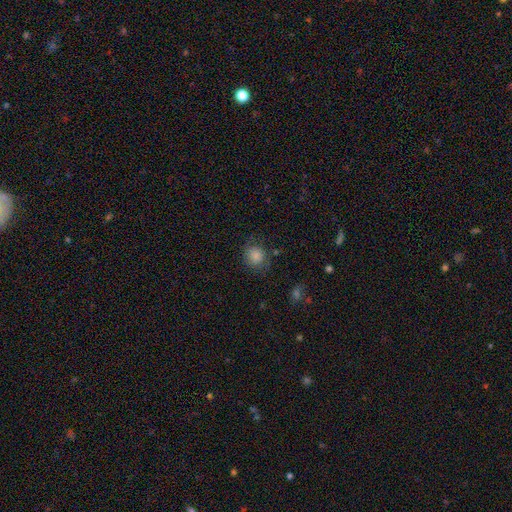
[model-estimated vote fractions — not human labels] A smooth galaxy with no disk features (81%) that is round (78%). Merging: none (71%).